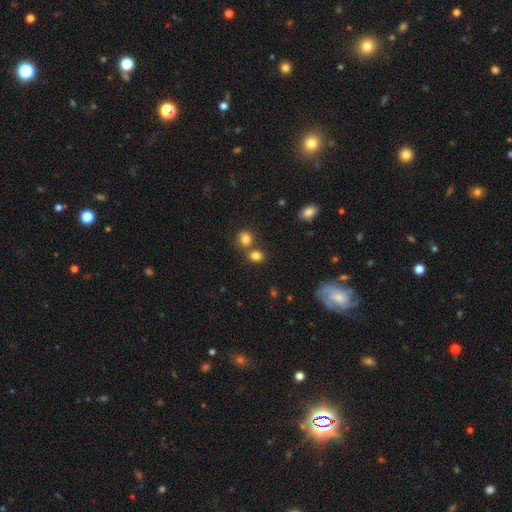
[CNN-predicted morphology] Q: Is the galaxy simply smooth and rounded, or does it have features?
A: smooth — 80%.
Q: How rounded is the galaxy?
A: round — 55%.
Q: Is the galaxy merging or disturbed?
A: none — 56%.